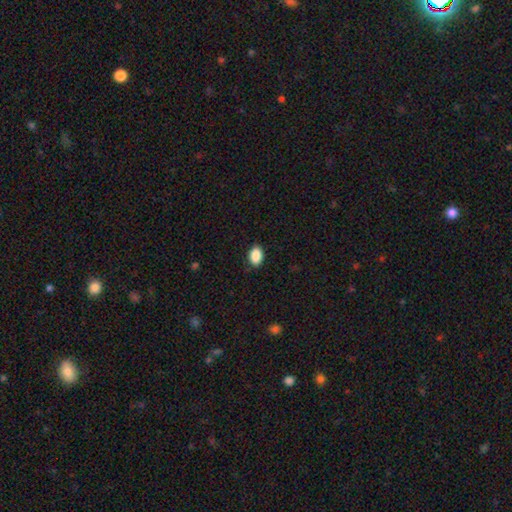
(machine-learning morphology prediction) Overall: smooth (89%). How rounded: in between (85%). Merging: none (88%).